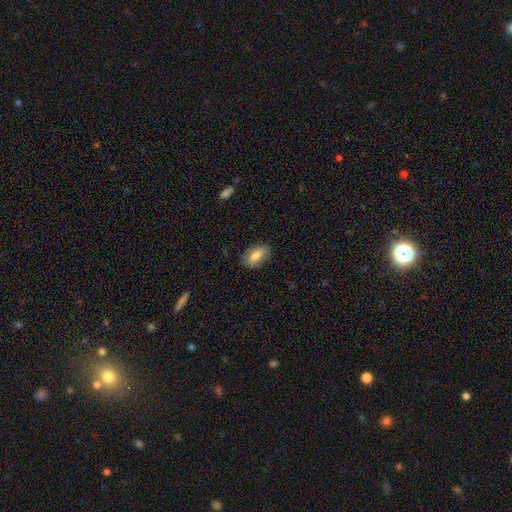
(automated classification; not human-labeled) Smooth or featured?
  - smooth: 76% *
  - featured or disk: 18%
  - star or artifact: 7%
How rounded?
  - in between: 90% *
  - round: 6%
  - cigar-shaped: 5%
Merging?
  - none: 82% *
  - minor disturbance: 13%
  - major disturbance: 3%
  - merger: 1%